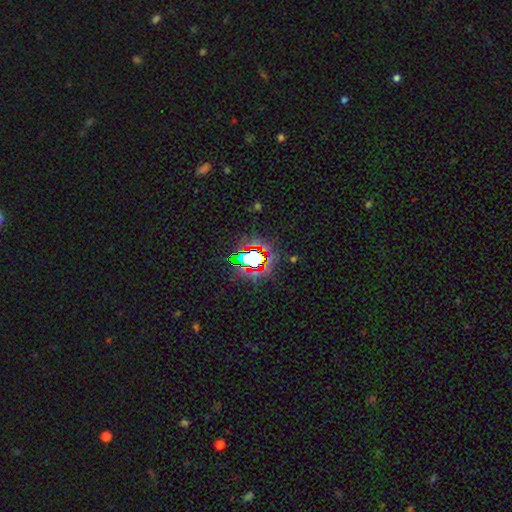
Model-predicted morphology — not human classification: Smooth or featured: star or artifact — 70% (smooth — 18%)